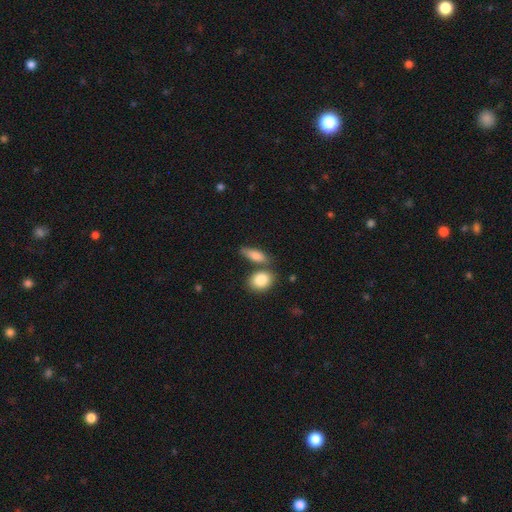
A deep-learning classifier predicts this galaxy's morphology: The model was most divided on "merging": none: 58%, merger: 22%, minor disturbance: 15%, major disturbance: 5%. More confident: smooth or featured — smooth (80%); how rounded — in between (65%).